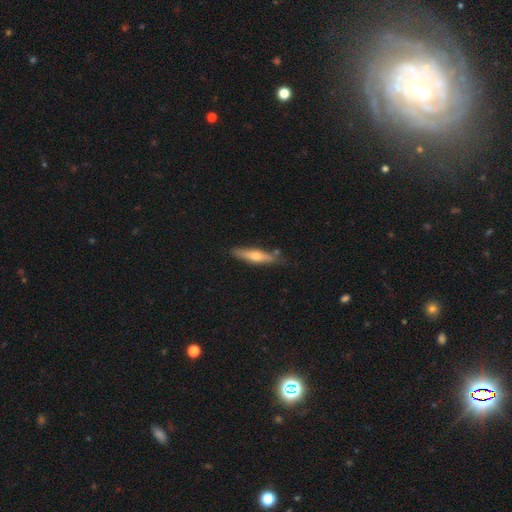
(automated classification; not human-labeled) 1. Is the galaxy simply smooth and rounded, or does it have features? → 51% smooth, 44% featured or disk, 6% star or artifact.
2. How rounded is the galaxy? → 81% cigar-shaped, 17% in between, 2% round.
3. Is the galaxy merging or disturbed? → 79% none, 15% minor disturbance, 4% merger, 3% major disturbance.